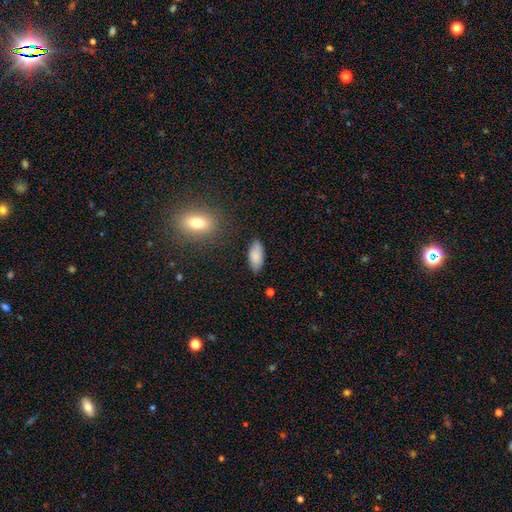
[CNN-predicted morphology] Smooth or featured: smooth — 83% (featured or disk — 10%)
How rounded: in between — 87% (cigar-shaped — 10%)
Merging: none — 77% (minor disturbance — 17%)